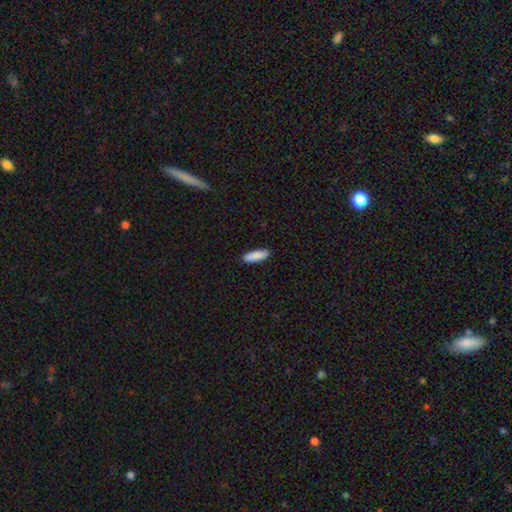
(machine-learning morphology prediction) Smooth or featured?
  - smooth: 89% *
  - star or artifact: 6%
  - featured or disk: 5%
How rounded?
  - in between: 54% *
  - cigar-shaped: 44%
  - round: 2%
Merging?
  - none: 90% *
  - minor disturbance: 7%
  - major disturbance: 2%
  - merger: 1%